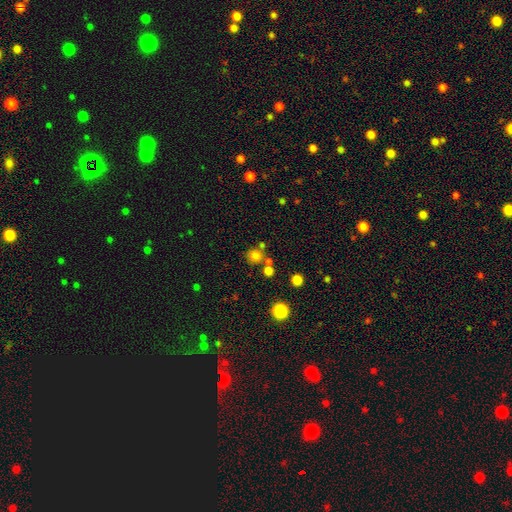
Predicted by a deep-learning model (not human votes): Morphology: type=smooth (73%); roundness=round (89%); merging=none (68%).